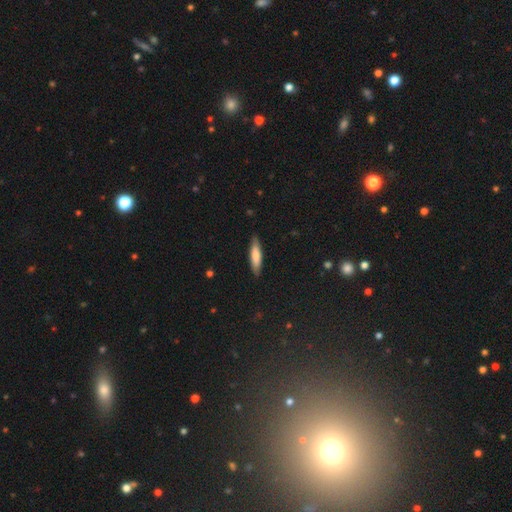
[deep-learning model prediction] Smooth or featured? Predicted: smooth (p=0.75). How rounded? Predicted: cigar-shaped (p=0.75). Merging? Predicted: none (p=0.86).